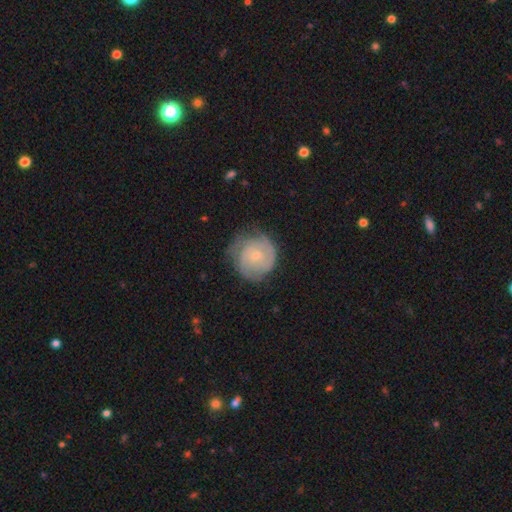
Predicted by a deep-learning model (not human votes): Q: Smooth or featured?
A: featured or disk (71%); runner-up: smooth (23%)
Q: Edge-on disk?
A: no (98%); runner-up: yes (2%)
Q: Bar?
A: no (73%); runner-up: weak (24%)
Q: Spiral arms?
A: yes (91%); runner-up: no (9%)
Q: Spiral winding?
A: tight (68%); runner-up: medium (25%)
Q: Spiral arm count?
A: can't tell (33%); runner-up: 2 (32%)
Q: Bulge size?
A: small (70%); runner-up: moderate (24%)
Q: Merging?
A: none (66%); runner-up: minor disturbance (24%)